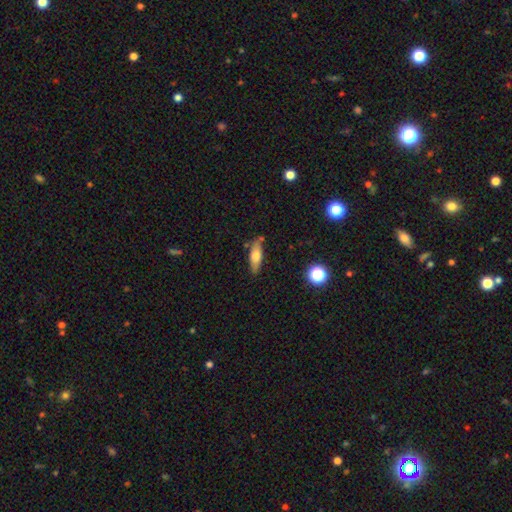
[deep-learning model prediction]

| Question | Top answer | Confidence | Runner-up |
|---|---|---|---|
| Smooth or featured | smooth | 64% | featured or disk (28%) |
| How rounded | in between | 55% | cigar-shaped (42%) |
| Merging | none | 79% | minor disturbance (14%) |